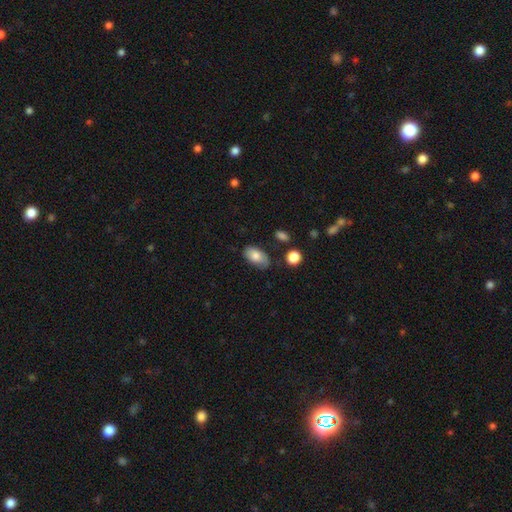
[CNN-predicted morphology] Smooth or featured: smooth — 76% (featured or disk — 17%)
How rounded: in between — 93% (round — 5%)
Merging: none — 63% (minor disturbance — 27%)